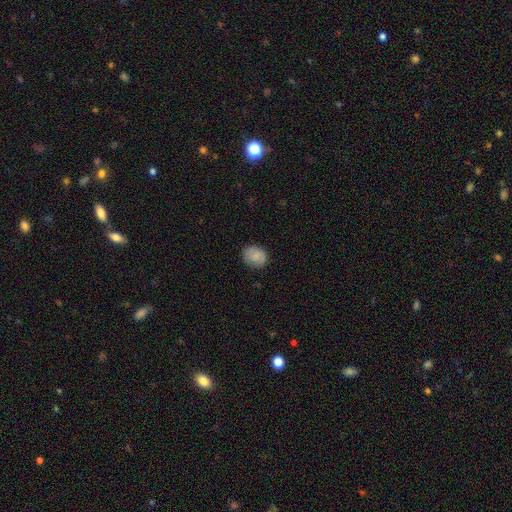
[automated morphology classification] Q: Smooth or featured?
A: smooth (79%); runner-up: featured or disk (13%)
Q: How rounded?
A: round (56%); runner-up: in between (43%)
Q: Merging?
A: none (84%); runner-up: minor disturbance (12%)